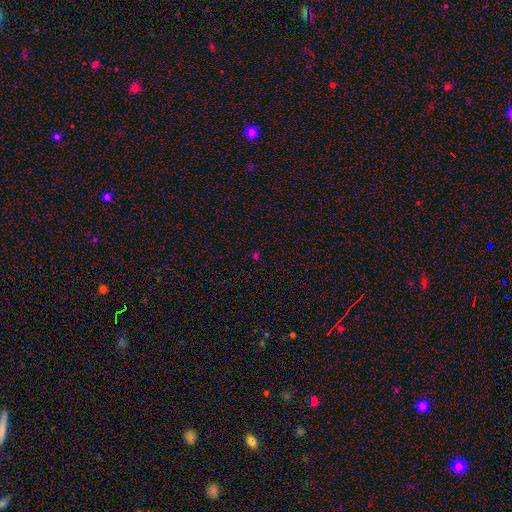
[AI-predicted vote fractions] This is possibly a star or artifact rather than a galaxy (55%).